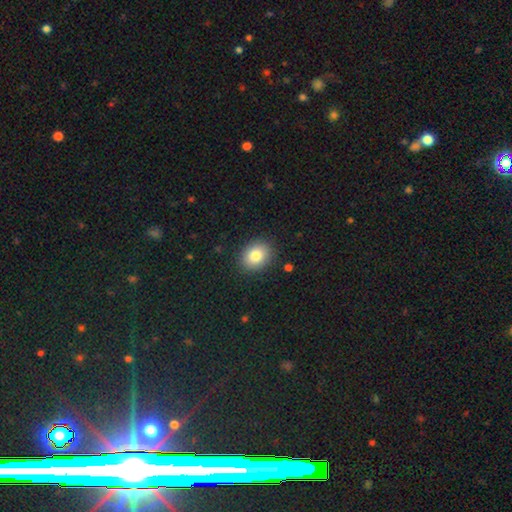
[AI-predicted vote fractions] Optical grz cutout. It shows a smooth galaxy with no disk features (82%) that is in between round and cigar-shaped (53%). Merging: none (89%).